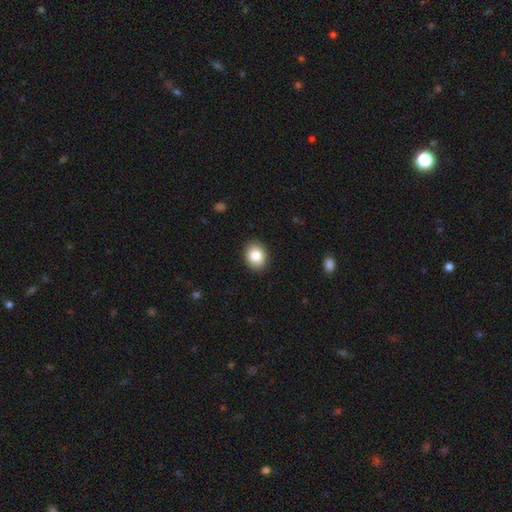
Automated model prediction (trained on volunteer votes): Smooth or featured? Predicted: smooth (p=0.85). How rounded? Predicted: in between (p=0.54). Merging? Predicted: none (p=0.90).